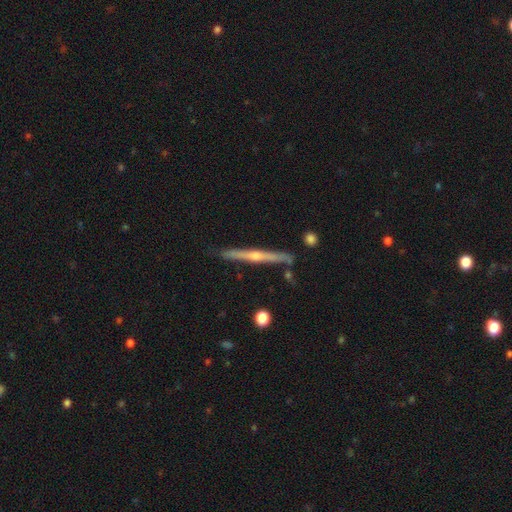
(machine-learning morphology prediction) Smooth or featured?
  - featured or disk: 79% *
  - smooth: 14%
  - star or artifact: 7%
Edge-on disk?
  - yes: 97% *
  - no: 3%
Edge-on bulge?
  - rounded: 81% *
  - none: 14%
  - boxy: 5%
Merging?
  - none: 82% *
  - minor disturbance: 11%
  - merger: 4%
  - major disturbance: 3%